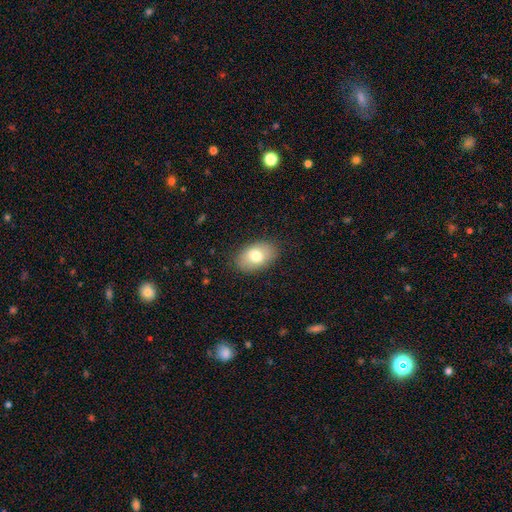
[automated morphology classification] smooth-or-featured: smooth: 76% | featured or disk: 17% | star or artifact: 7%
  how-rounded: in between: 89% | round: 9% | cigar-shaped: 1%
  merging: none: 85% | minor disturbance: 11% | major disturbance: 3% | merger: 1%